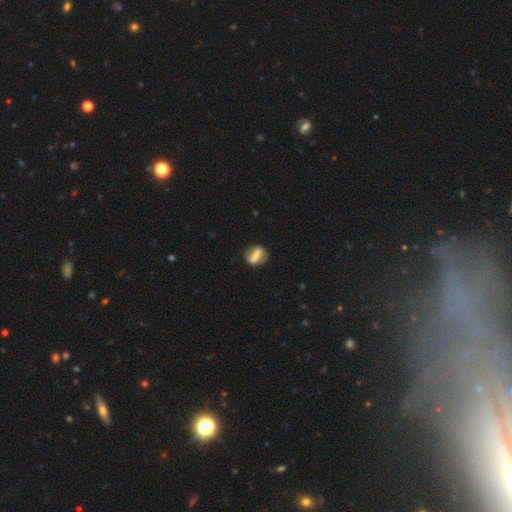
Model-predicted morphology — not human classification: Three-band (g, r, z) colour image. It shows a smooth galaxy with no disk features (58%) that is in between round and cigar-shaped (54%). Merging: none (75%).